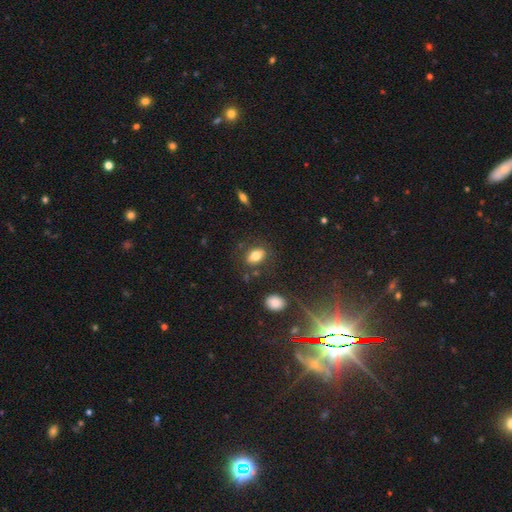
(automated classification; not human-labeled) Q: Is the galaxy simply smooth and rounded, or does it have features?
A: smooth — 76%.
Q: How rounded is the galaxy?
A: in between — 83%.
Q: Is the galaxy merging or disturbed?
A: none — 78%.